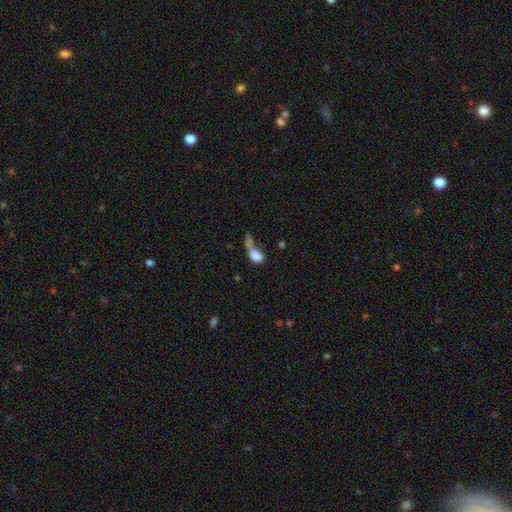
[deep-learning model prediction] smooth_or_featured: smooth (p=0.78) [alt: featured or disk p=0.12]
how_rounded: in between (p=0.78) [alt: round p=0.19]
merging: merger (p=0.46) [alt: none p=0.22]